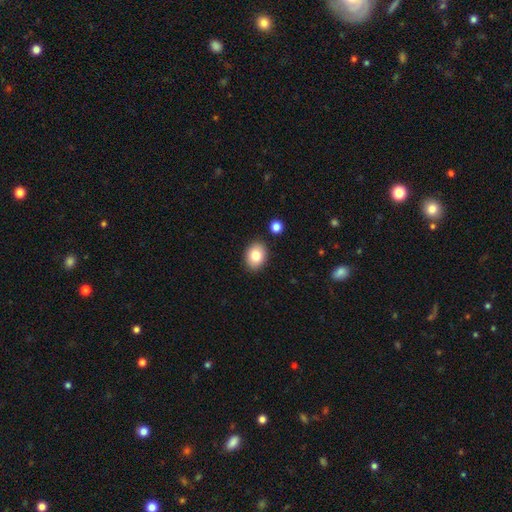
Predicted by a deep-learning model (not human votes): Morphology: type=smooth (81%); roundness=in between (62%); merging=none (87%).